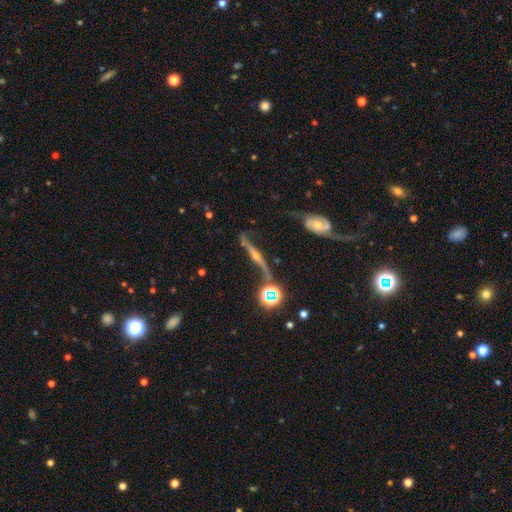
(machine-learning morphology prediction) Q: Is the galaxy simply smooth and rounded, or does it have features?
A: featured or disk — 83%.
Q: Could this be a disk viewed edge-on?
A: yes — 66%.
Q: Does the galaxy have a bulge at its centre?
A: rounded — 88%.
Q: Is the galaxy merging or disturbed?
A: none — 61%.